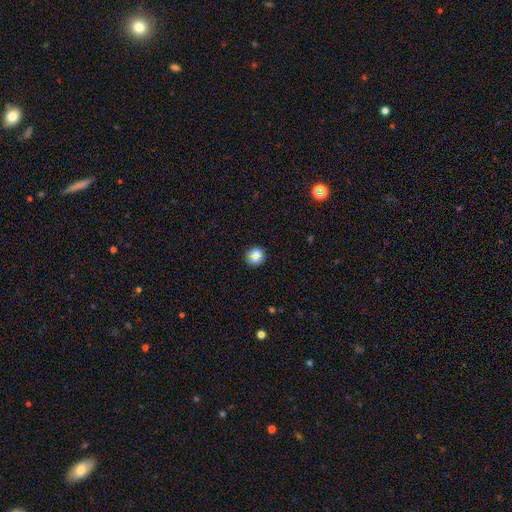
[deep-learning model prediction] Smooth or featured: smooth — 76% (star or artifact — 13%)
How rounded: round — 88% (in between — 11%)
Merging: none — 73% (merger — 12%)